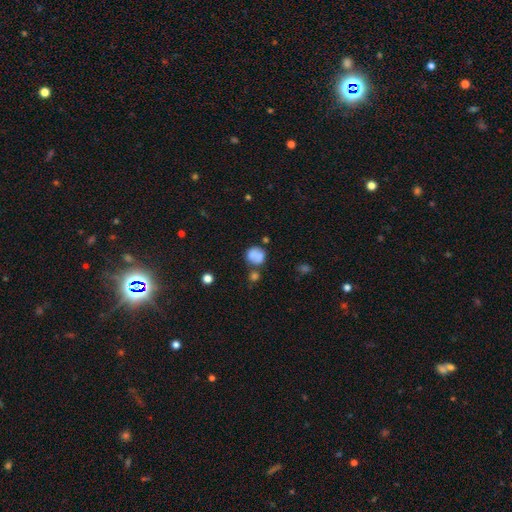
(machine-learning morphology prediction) A smooth galaxy with no disk features (78%) that is round (81%). Merging: none (53%).